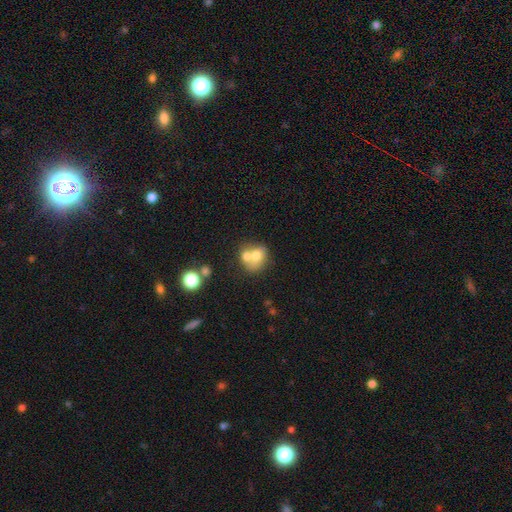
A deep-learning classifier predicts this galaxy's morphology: type=smooth (66%); roundness=round (63%); merging=merger (61%).